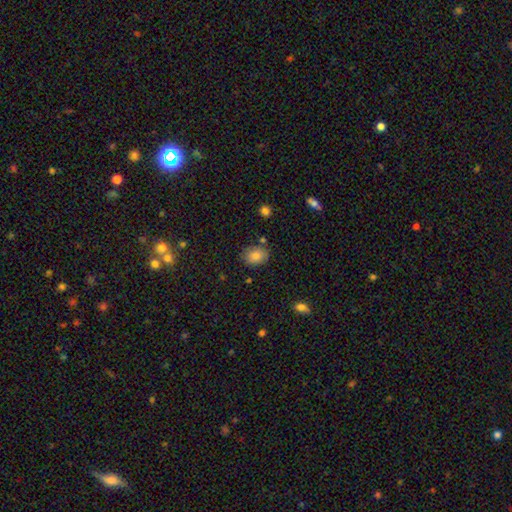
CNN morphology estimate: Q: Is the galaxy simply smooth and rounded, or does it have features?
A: smooth — 84%.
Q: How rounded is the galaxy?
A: in between — 60%.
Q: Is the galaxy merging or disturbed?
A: none — 78%.